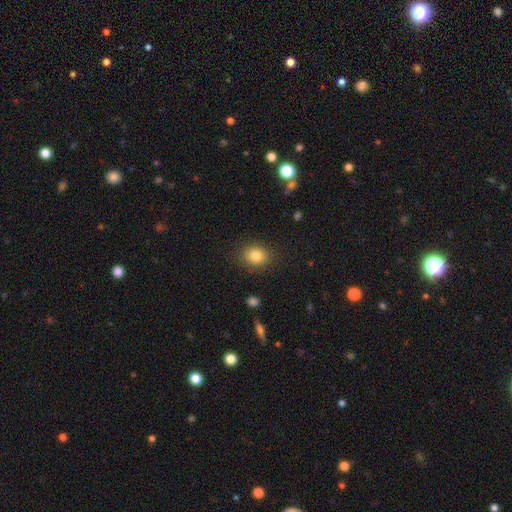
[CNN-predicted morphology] smooth-or-featured: smooth: 82% | star or artifact: 11% | featured or disk: 7%
  how-rounded: round: 63% | in between: 36% | cigar-shaped: 1%
  merging: none: 86% | minor disturbance: 10% | major disturbance: 3% | merger: 1%